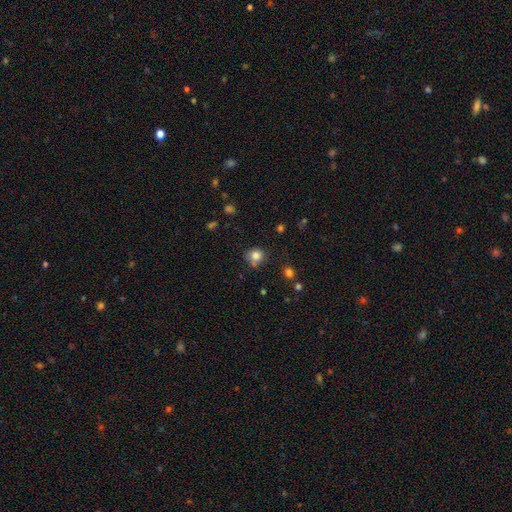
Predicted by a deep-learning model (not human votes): smooth 81%, star or artifact 12%, featured or disk 7%. Down the decision tree: how rounded — round (81%); merging — none (63%).